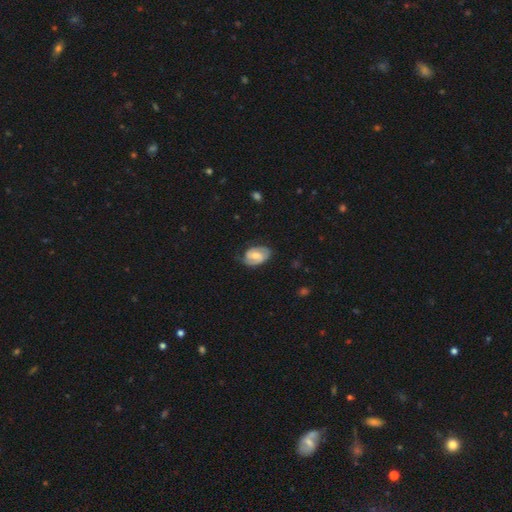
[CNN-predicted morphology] Smooth or featured? Predicted: featured or disk (p=0.69). Edge-on disk? Predicted: no (p=0.97). Bar? Predicted: weak (p=0.49). Spiral arms? Predicted: yes (p=0.89). Spiral winding? Predicted: tight (p=0.47). Spiral arm count? Predicted: 2 (p=0.80). Bulge size? Predicted: moderate (p=0.53). Merging? Predicted: none (p=0.71).